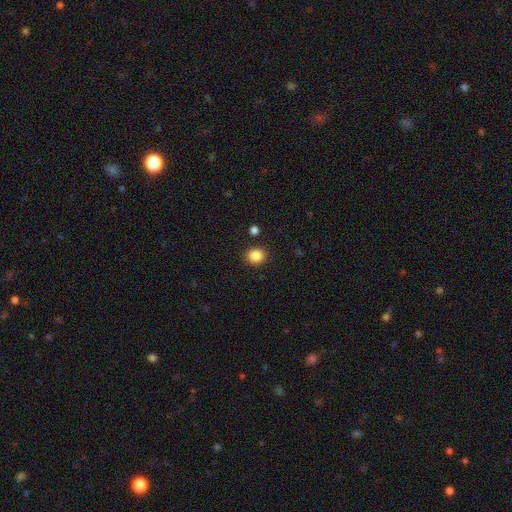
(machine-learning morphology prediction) Smooth or featured?
  - smooth: 86% *
  - star or artifact: 11%
  - featured or disk: 4%
How rounded?
  - round: 78% *
  - in between: 21%
  - cigar-shaped: 1%
Merging?
  - none: 88% *
  - minor disturbance: 7%
  - merger: 3%
  - major disturbance: 2%